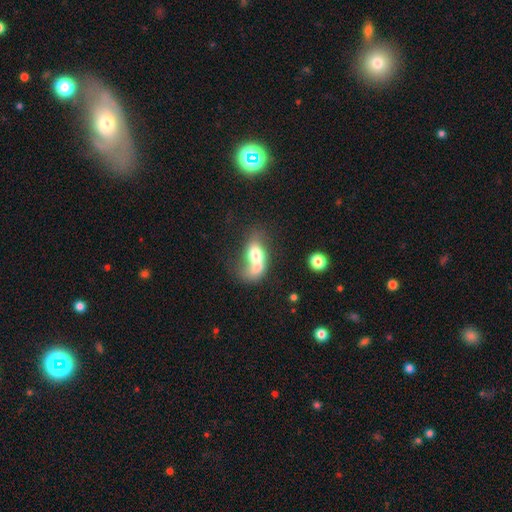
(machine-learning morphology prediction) A smooth galaxy with no disk features (57%) that is in between round and cigar-shaped (75%). Merging: merger (51%).